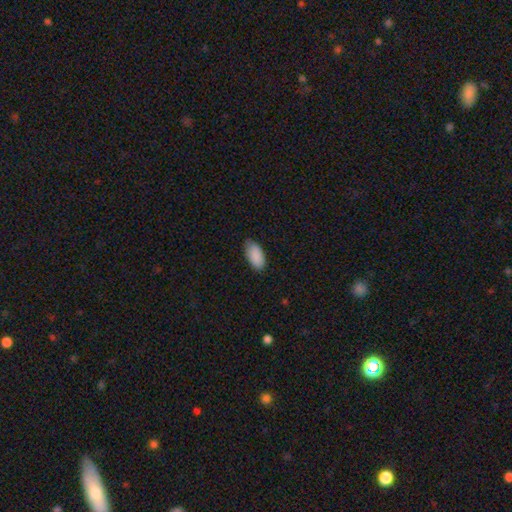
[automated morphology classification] smooth 90%, star or artifact 6%, featured or disk 4%. Down the decision tree: how rounded — in between (94%); merging — none (82%).